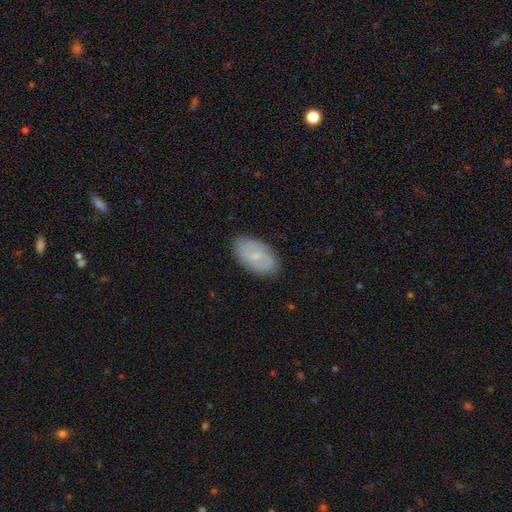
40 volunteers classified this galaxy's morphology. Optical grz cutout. It shows a featured or disk galaxy (50%) with no bar (72%), 2 (64%) tight (55%) spiral arms (61%) and a small central bulge (67%). Merging: none (78%).